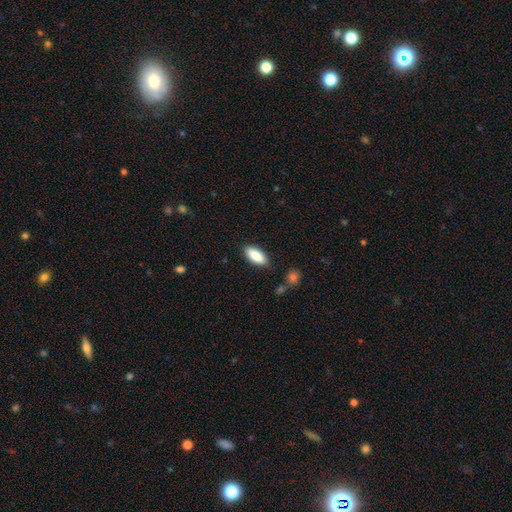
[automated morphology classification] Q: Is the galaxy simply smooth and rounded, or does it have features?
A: smooth — 88%.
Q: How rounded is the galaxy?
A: in between — 83%.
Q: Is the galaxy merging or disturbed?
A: none — 87%.